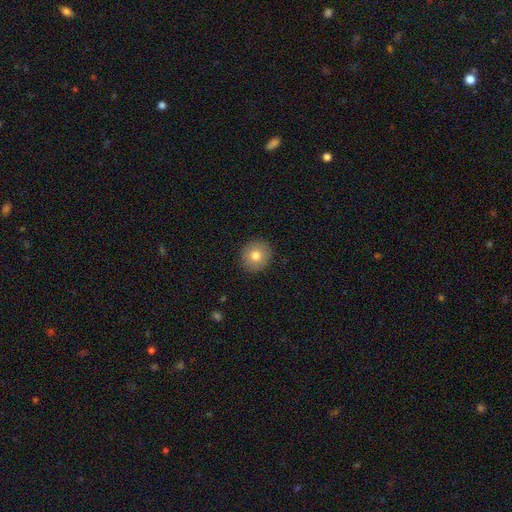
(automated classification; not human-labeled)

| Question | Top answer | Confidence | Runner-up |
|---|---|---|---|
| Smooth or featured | smooth | 80% | featured or disk (11%) |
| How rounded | round | 88% | in between (11%) |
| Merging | none | 91% | minor disturbance (6%) |